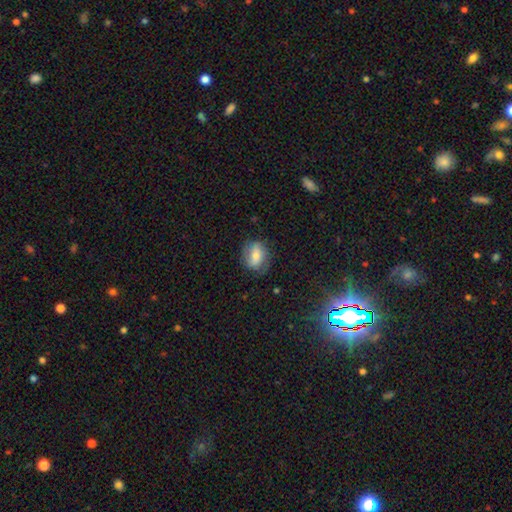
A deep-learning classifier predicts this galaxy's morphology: smooth 57%, featured or disk 35%, star or artifact 8%. Down the decision tree: how rounded — in between (60%); merging — none (70%).